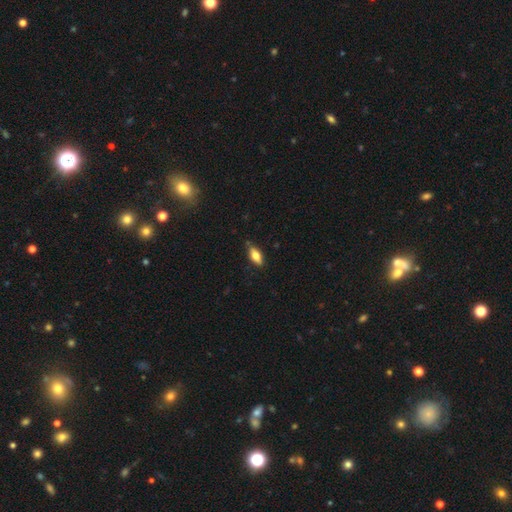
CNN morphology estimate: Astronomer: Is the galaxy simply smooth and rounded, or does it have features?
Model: smooth — 70%.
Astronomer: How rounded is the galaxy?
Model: in between — 79%.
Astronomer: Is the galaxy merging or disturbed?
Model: none — 81%.